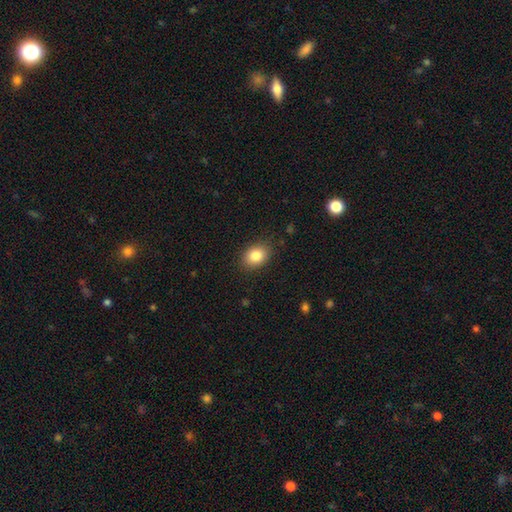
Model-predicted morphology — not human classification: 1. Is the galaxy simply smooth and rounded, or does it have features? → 84% smooth, 9% star or artifact, 7% featured or disk.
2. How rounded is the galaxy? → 68% in between, 31% round, 1% cigar-shaped.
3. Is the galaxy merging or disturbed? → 85% none, 11% minor disturbance, 3% major disturbance, 1% merger.